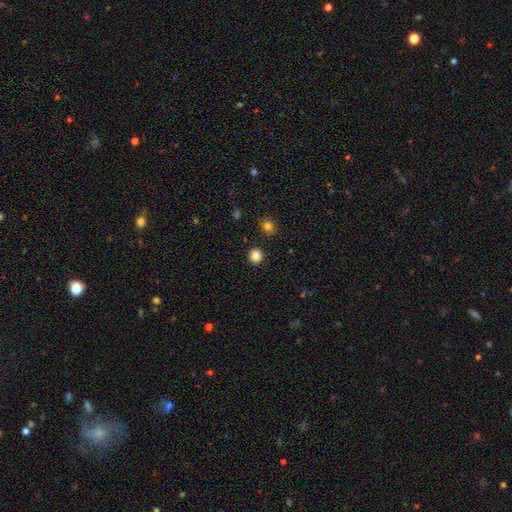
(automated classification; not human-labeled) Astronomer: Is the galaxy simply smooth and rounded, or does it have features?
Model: smooth — 84%.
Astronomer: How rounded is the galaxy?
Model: round — 90%.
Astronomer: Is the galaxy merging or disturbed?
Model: none — 91%.